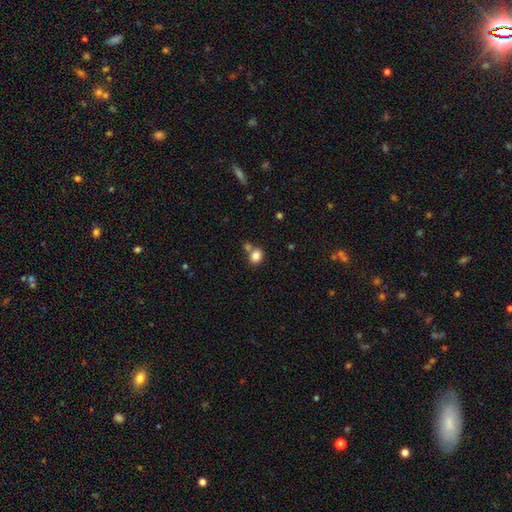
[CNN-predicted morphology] Smooth or featured? Predicted: smooth (p=0.85). How rounded? Predicted: round (p=0.60). Merging? Predicted: none (p=0.60).